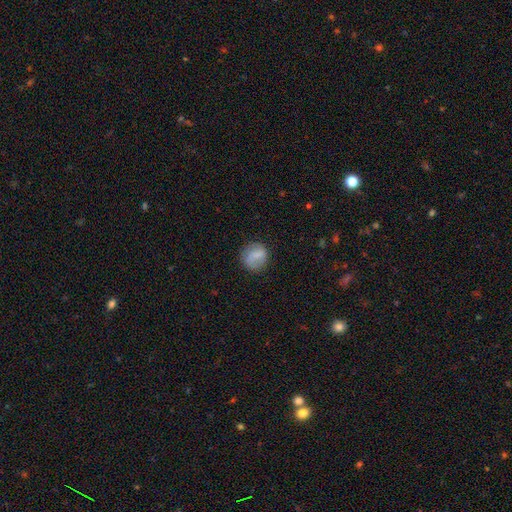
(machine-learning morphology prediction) Smooth or featured? smooth (72%)
How rounded? round (81%)
Merging? none (77%)